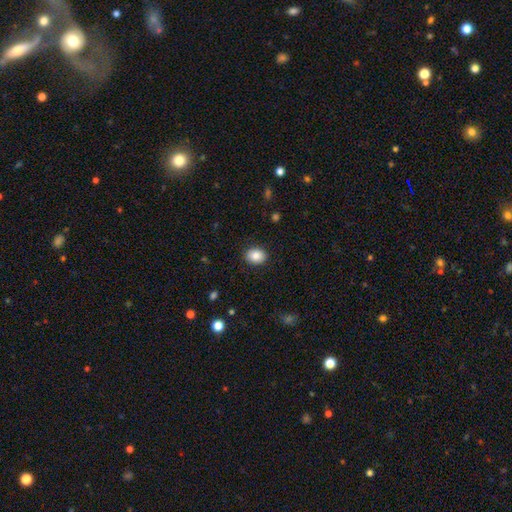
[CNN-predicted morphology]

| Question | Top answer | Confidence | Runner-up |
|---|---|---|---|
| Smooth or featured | smooth | 85% | star or artifact (8%) |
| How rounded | in between | 58% | round (41%) |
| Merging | none | 89% | minor disturbance (8%) |